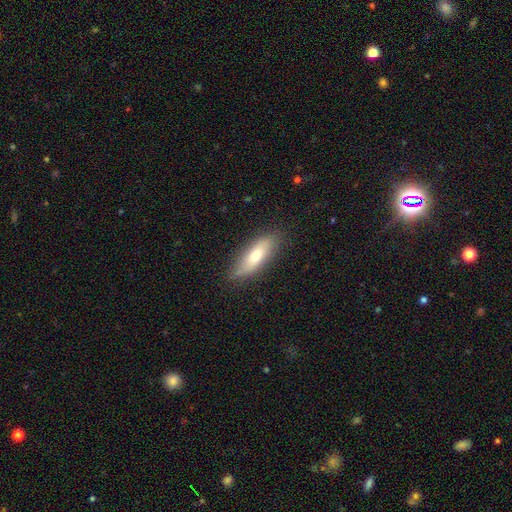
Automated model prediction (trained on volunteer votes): Q: Smooth or featured?
A: smooth (64%); runner-up: featured or disk (28%)
Q: How rounded?
A: in between (54%); runner-up: cigar-shaped (43%)
Q: Merging?
A: none (82%); runner-up: minor disturbance (14%)